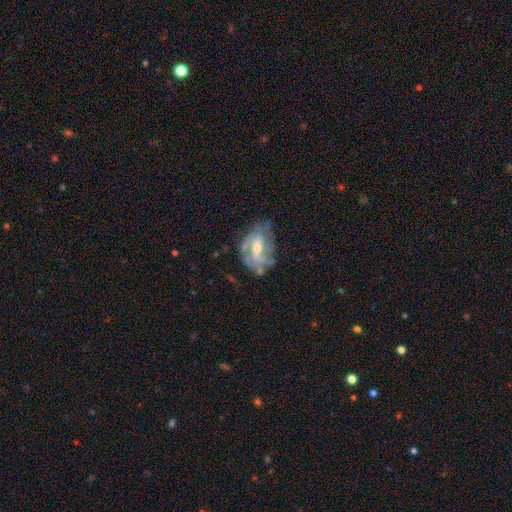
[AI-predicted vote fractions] smooth-or-featured: featured or disk: 73% | smooth: 19% | star or artifact: 9%
  disk-edge-on: no: 95% | yes: 5%
    bar: weak: 48% | no: 29% | strong: 24%
    has-spiral-arms: yes: 76% | no: 24%
      spiral-winding: medium: 40% | tight: 39% | loose: 21%
      spiral-arm-count: can't tell: 38% | 2: 36% | 3: 14% | 1: 6% | 4: 4% | more than 4: 3%
    bulge-size: moderate: 52% | small: 39% | large: 4% | none: 4% | dominant: 1%
  merging: none: 56% | minor disturbance: 26% | major disturbance: 15% | merger: 3%